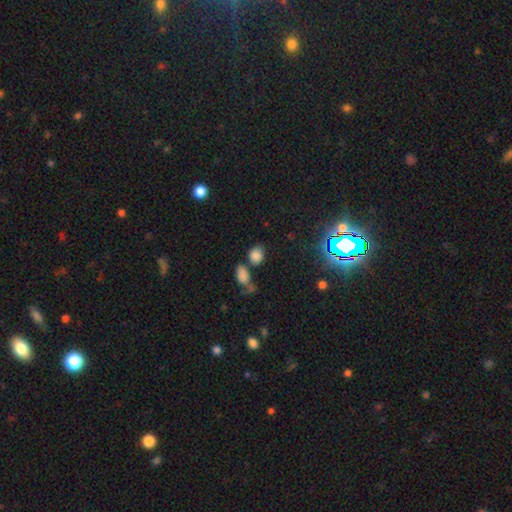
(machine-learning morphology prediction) Smooth or featured?
  - smooth: 81% *
  - star or artifact: 14%
  - featured or disk: 5%
How rounded?
  - round: 53% *
  - in between: 45%
  - cigar-shaped: 2%
Merging?
  - none: 60% *
  - merger: 20%
  - minor disturbance: 14%
  - major disturbance: 6%